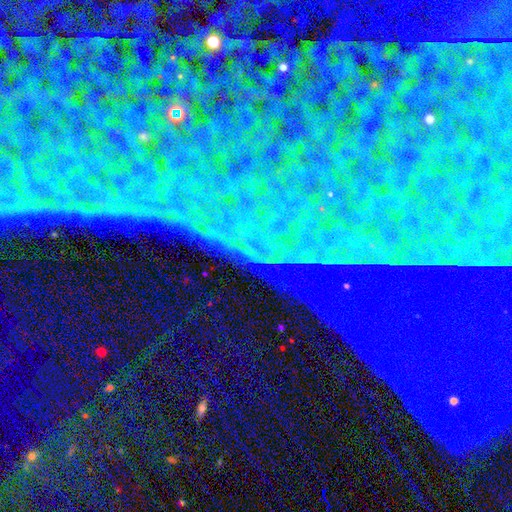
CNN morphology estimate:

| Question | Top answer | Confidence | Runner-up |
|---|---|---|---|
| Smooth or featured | star or artifact | 85% | featured or disk (8%) |